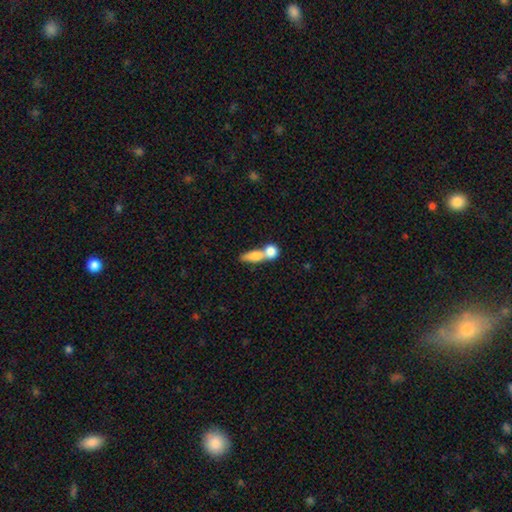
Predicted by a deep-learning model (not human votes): Morphology: type=smooth (75%); roundness=in between (49%); merging=merger (63%).